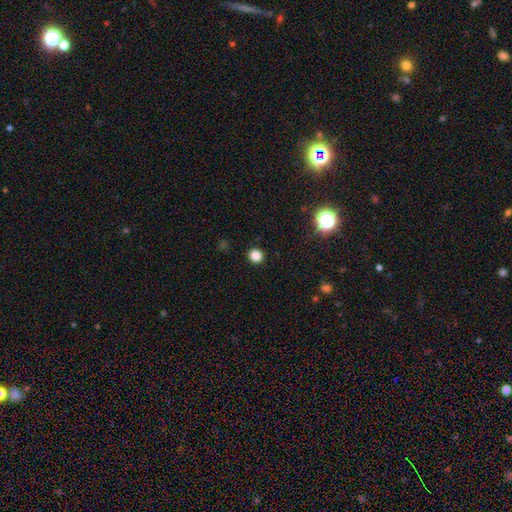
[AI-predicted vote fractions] Smooth or featured?
  - smooth: 83% *
  - star or artifact: 13%
  - featured or disk: 3%
How rounded?
  - round: 86% *
  - in between: 13%
  - cigar-shaped: 1%
Merging?
  - none: 92% *
  - minor disturbance: 5%
  - major disturbance: 2%
  - merger: 1%